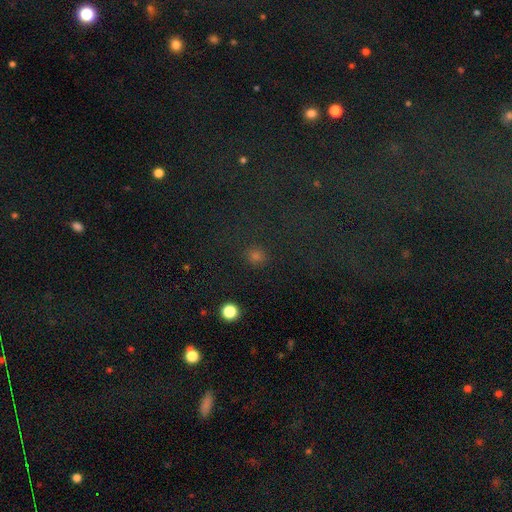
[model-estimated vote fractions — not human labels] Smooth or featured? Predicted: smooth (p=0.68). How rounded? Predicted: round (p=0.89). Merging? Predicted: none (p=0.88).